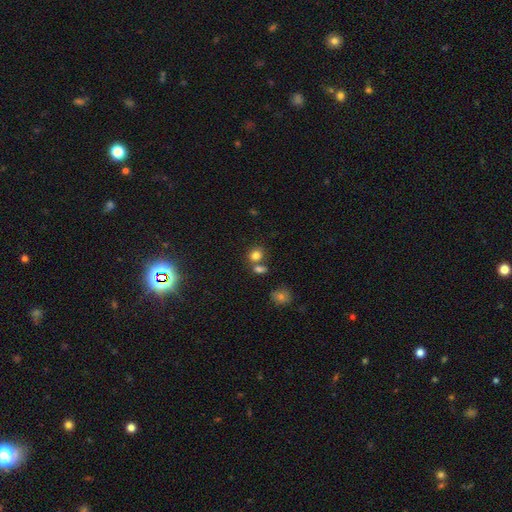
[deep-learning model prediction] The model was most divided on "merging": none: 55%, merger: 31%, minor disturbance: 10%, major disturbance: 4%. More confident: smooth or featured — smooth (79%); how rounded — round (65%).